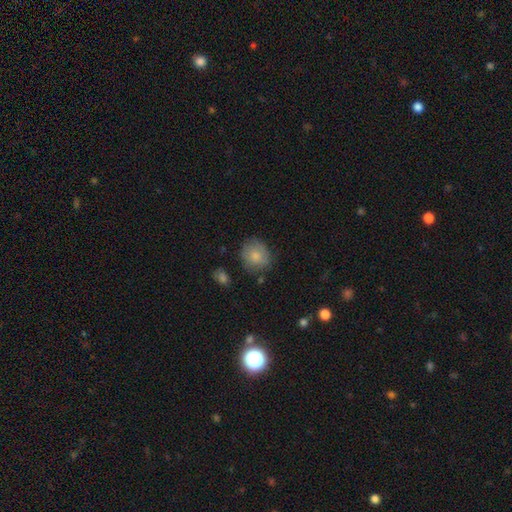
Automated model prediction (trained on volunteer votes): Morphology: type=smooth (78%); roundness=round (77%); merging=none (70%).